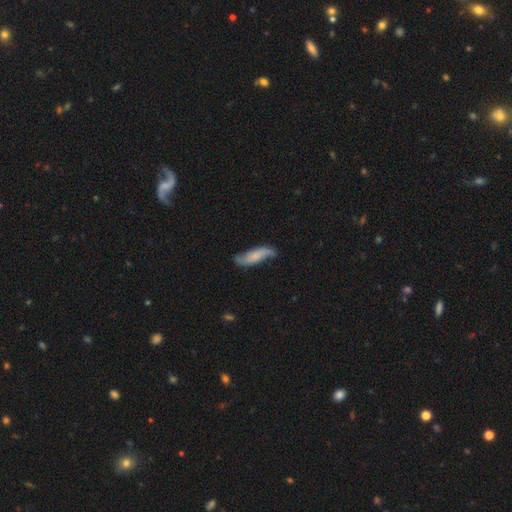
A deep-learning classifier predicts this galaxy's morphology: Smooth or featured? Predicted: featured or disk (p=0.50). Edge-on disk? Predicted: no (p=0.79). Merging? Predicted: none (p=0.65).